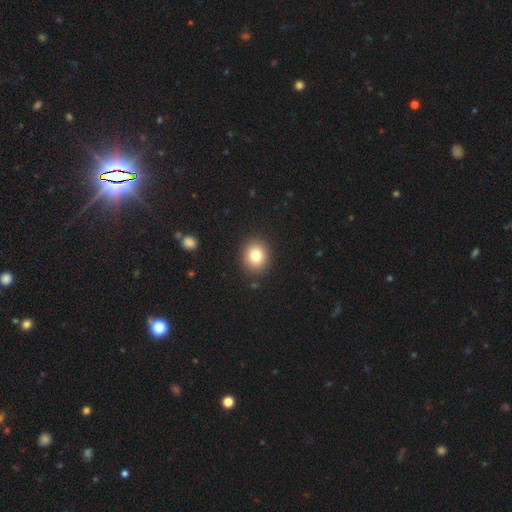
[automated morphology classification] Q: Smooth or featured?
A: smooth (81%); runner-up: star or artifact (10%)
Q: How rounded?
A: round (72%); runner-up: in between (27%)
Q: Merging?
A: none (90%); runner-up: minor disturbance (7%)